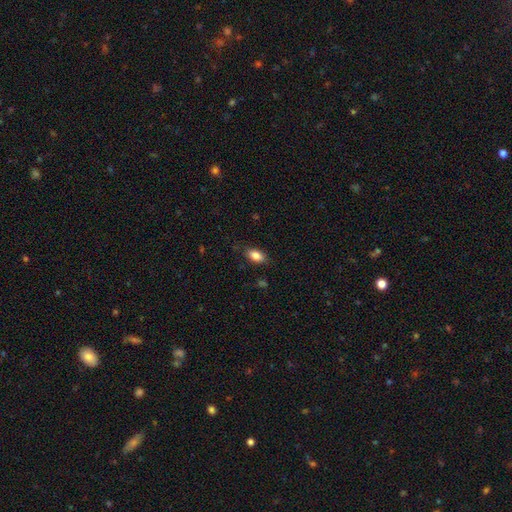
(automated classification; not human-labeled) Overall: smooth (85%). How rounded: in between (90%). Merging: none (84%).